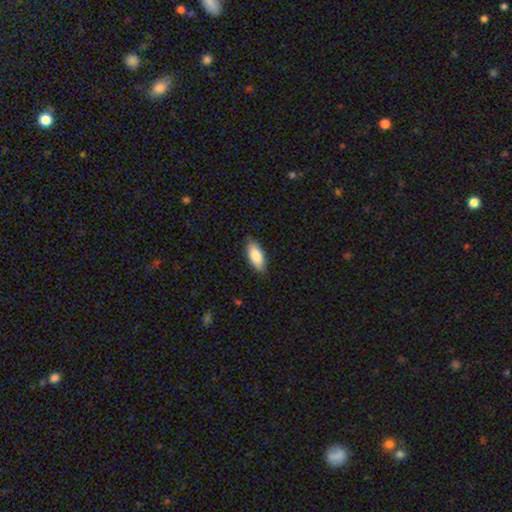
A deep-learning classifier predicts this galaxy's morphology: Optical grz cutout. It shows a smooth galaxy with no disk features (83%) that is in between round and cigar-shaped (86%). Merging: none (86%).